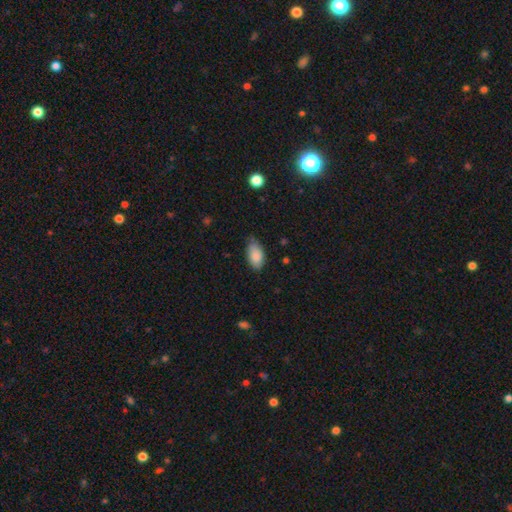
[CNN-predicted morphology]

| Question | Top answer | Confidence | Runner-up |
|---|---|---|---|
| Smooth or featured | smooth | 87% | star or artifact (7%) |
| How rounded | in between | 94% | round (4%) |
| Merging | none | 68% | minor disturbance (27%) |